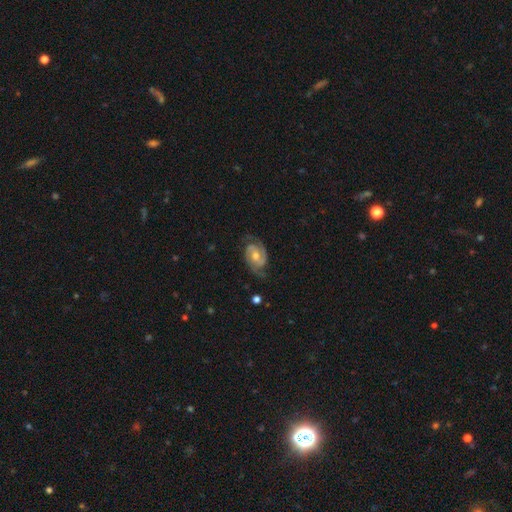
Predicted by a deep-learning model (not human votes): smooth-or-featured: featured or disk: 88% | smooth: 7% | star or artifact: 6%
  disk-edge-on: no: 97% | yes: 3%
    bar: no: 55% | weak: 35% | strong: 10%
    has-spiral-arms: yes: 97% | no: 3%
      spiral-winding: tight: 45% | medium: 44% | loose: 11%
      spiral-arm-count: 2: 89% | can't tell: 4% | 3: 3% | 1: 2% | 4: 1% | more than 4: 1%
    bulge-size: moderate: 64% | small: 30% | large: 3% | none: 2% | dominant: 1%
  merging: none: 77% | minor disturbance: 16% | major disturbance: 6% | merger: 1%